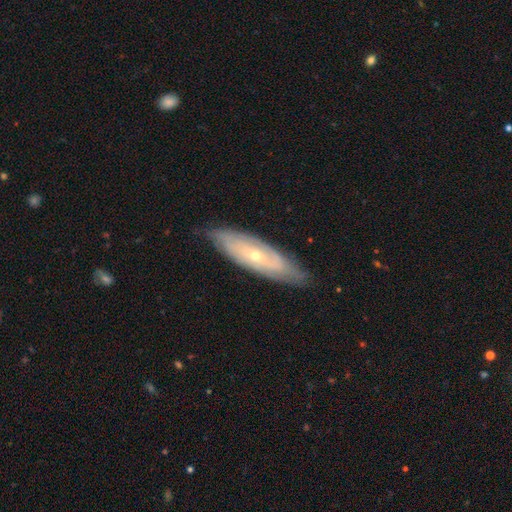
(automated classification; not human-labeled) Overall: featured or disk (71%). Edge-on disk: no (74%). Bar: no (75%). Spiral arms: yes (74%). Bulge size: small (64%; moderate 33%). Merging: none (80%).